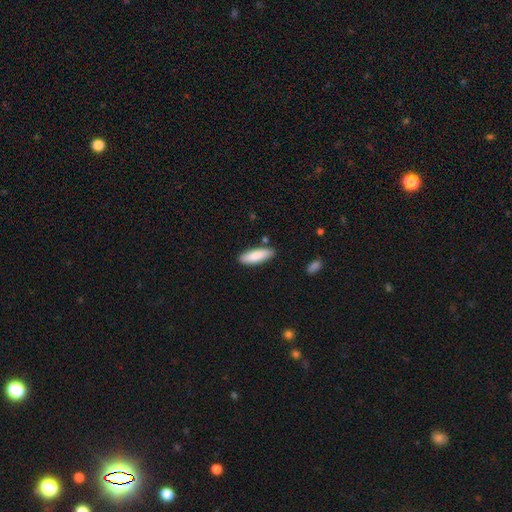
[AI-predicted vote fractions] A smooth galaxy with no disk features (86%) that is in between round and cigar-shaped (53%). Merging: none (84%).